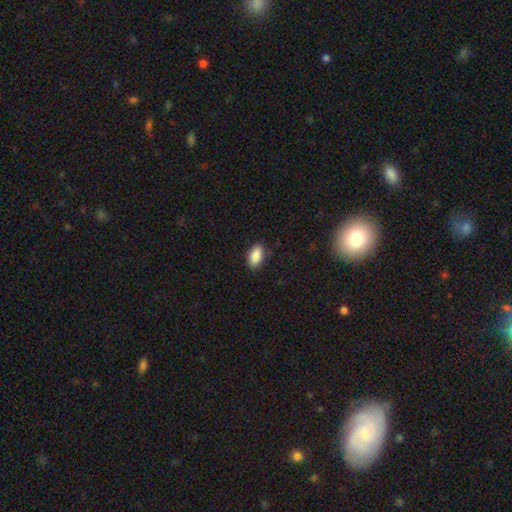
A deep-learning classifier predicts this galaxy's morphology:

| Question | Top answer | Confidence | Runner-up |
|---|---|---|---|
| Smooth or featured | smooth | 89% | star or artifact (7%) |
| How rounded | in between | 93% | round (4%) |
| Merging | none | 86% | minor disturbance (11%) |